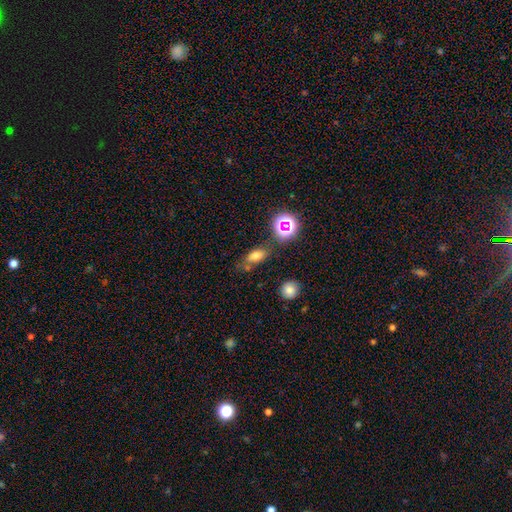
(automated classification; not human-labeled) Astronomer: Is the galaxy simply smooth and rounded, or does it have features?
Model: smooth — 70%.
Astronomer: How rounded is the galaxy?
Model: in between — 79%.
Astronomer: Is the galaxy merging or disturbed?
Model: none — 63%.